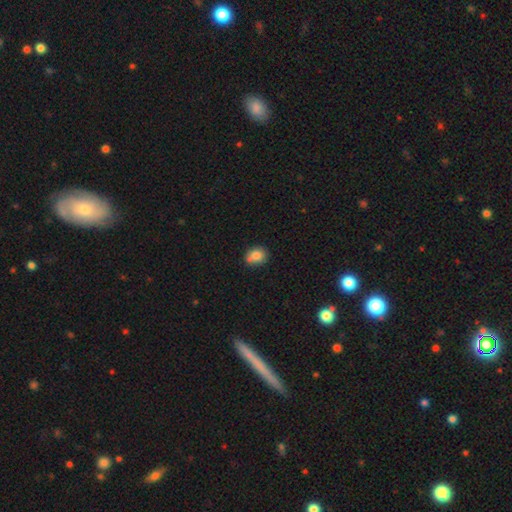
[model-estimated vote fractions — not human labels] Smooth or featured? Predicted: smooth (p=0.82). How rounded? Predicted: round (p=0.54). Merging? Predicted: none (p=0.63).